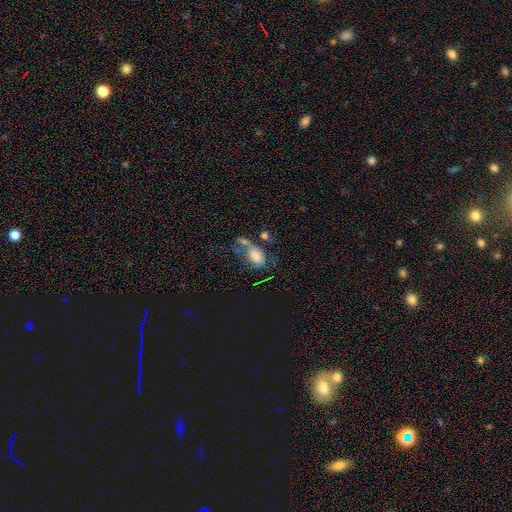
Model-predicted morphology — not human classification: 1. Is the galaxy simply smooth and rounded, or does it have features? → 57% smooth, 32% featured or disk, 11% star or artifact.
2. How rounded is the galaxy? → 86% in between, 12% round, 2% cigar-shaped.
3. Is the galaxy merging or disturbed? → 33% major disturbance, 25% merger, 24% none, 18% minor disturbance.